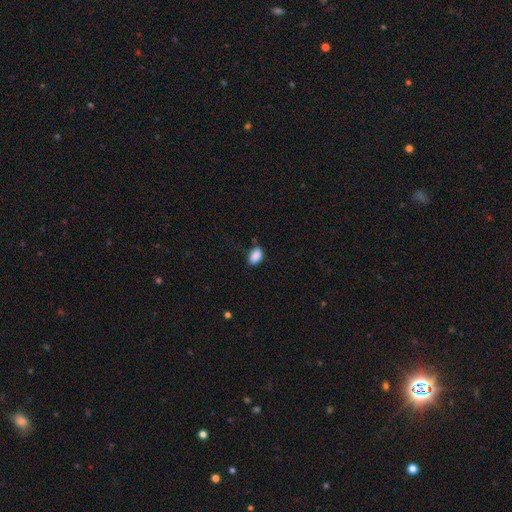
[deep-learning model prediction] Overall: smooth (89%). How rounded: in between (88%). Merging: none (76%).